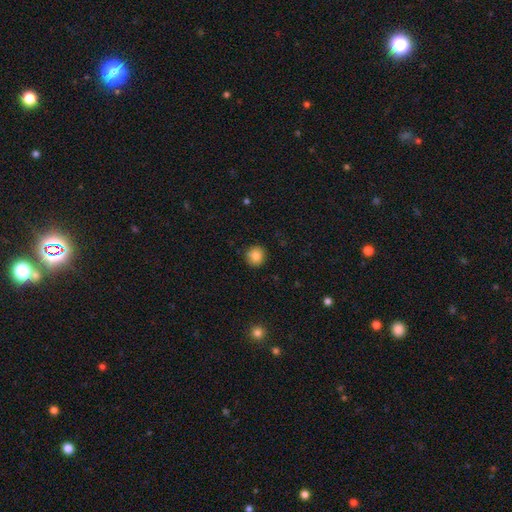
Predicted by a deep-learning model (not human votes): This is clearly a smooth galaxy (84%). How rounded: clearly round (92%). Merging: clearly none (89%).